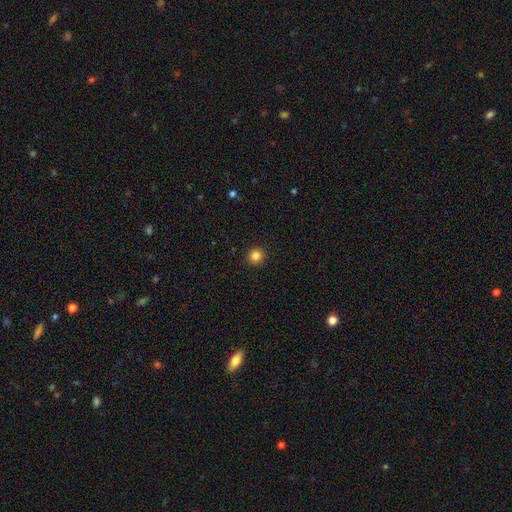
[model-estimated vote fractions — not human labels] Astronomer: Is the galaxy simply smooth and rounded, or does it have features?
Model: smooth — 85%.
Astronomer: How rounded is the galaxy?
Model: round — 92%.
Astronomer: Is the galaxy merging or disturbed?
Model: none — 92%.